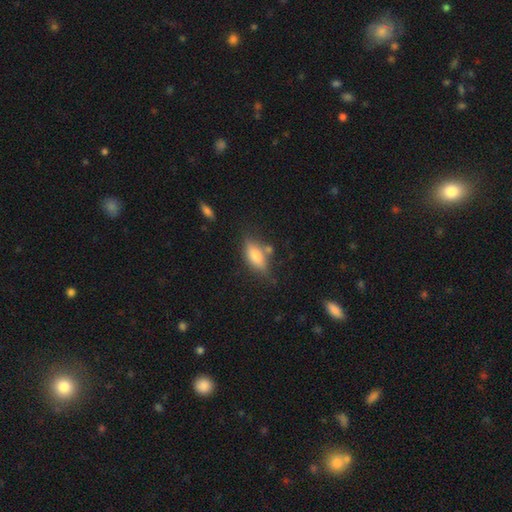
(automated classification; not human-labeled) Smooth or featured?
  - smooth: 69% *
  - featured or disk: 23%
  - star or artifact: 8%
How rounded?
  - in between: 74% *
  - cigar-shaped: 22%
  - round: 4%
Merging?
  - none: 67% *
  - minor disturbance: 19%
  - merger: 8%
  - major disturbance: 5%